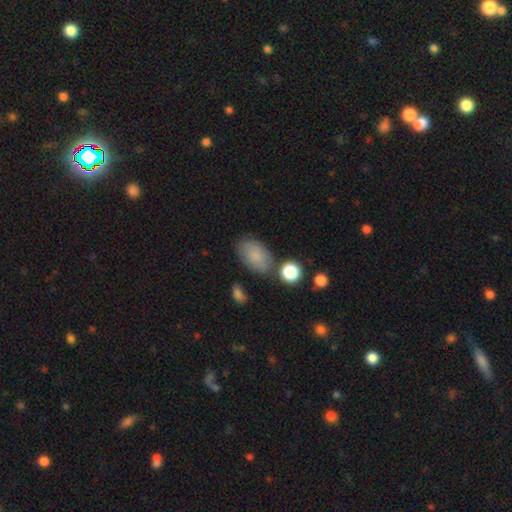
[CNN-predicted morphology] type=smooth (83%); roundness=in between (91%); merging=none (72%).